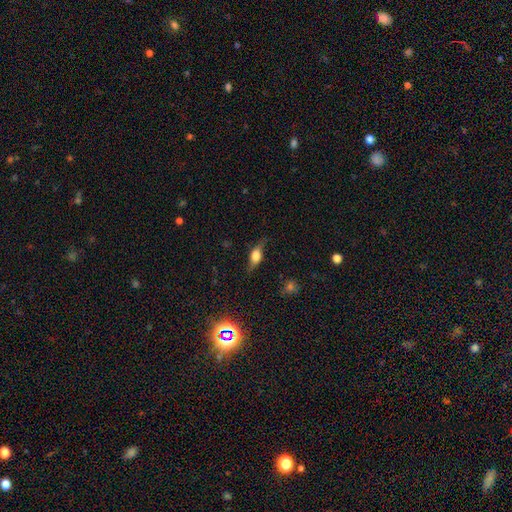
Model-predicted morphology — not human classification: Smooth or featured? smooth (49%)
Merging? none (68%)